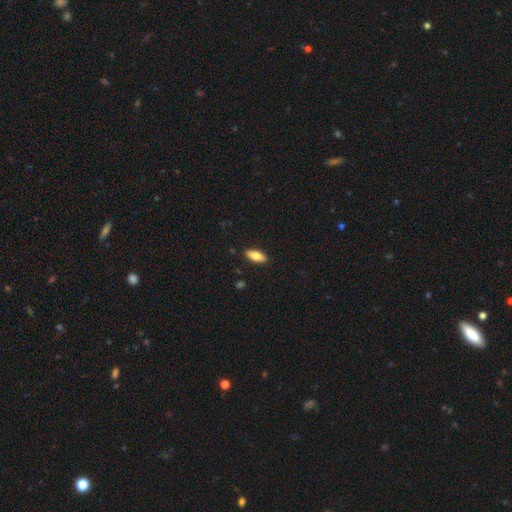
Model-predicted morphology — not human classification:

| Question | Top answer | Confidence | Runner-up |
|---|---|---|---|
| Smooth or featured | smooth | 76% | featured or disk (18%) |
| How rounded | in between | 75% | cigar-shaped (23%) |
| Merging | none | 89% | minor disturbance (8%) |